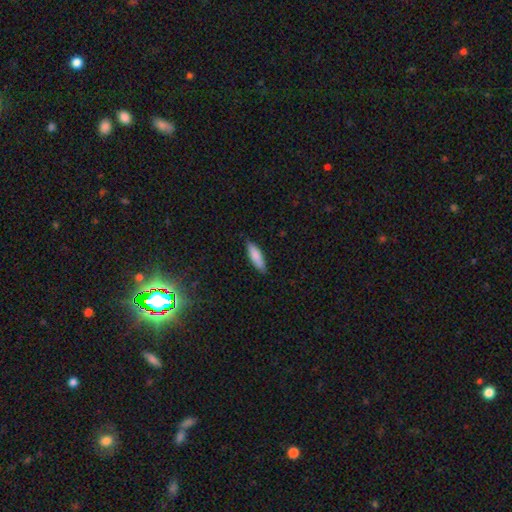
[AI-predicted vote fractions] This is clearly a smooth galaxy (84%). How rounded: possibly cigar-shaped (51%). Merging: clearly none (83%).